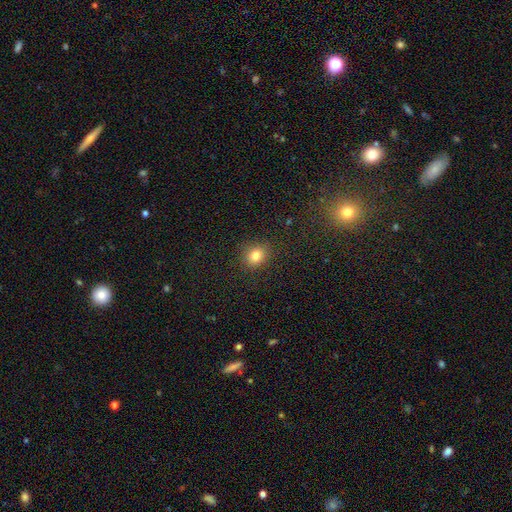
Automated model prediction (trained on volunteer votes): This is clearly a smooth galaxy (81%). How rounded: likely round (70%). Merging: clearly none (88%).